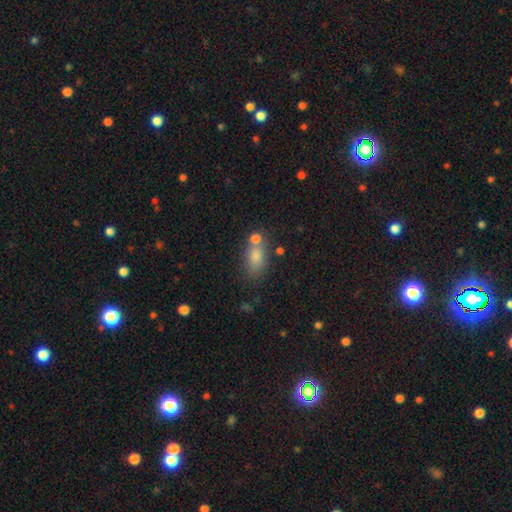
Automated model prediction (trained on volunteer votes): Smooth or featured?
  - smooth: 75% *
  - star or artifact: 14%
  - featured or disk: 11%
How rounded?
  - in between: 80% *
  - round: 14%
  - cigar-shaped: 6%
Merging?
  - none: 61% *
  - merger: 20%
  - minor disturbance: 14%
  - major disturbance: 5%